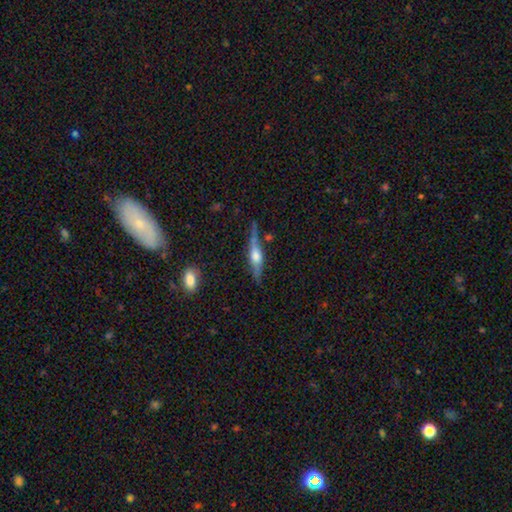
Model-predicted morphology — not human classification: A featured or disk galaxy (65%) viewed edge-on (92%) with a rounded central bulge (85%).

Vote fractions:
- Smooth or featured? featured or disk: 65% / smooth: 28% / star or artifact: 6%
- Edge-on disk? yes: 92% / no: 8%
- Edge-on bulge? rounded: 85% / boxy: 11% / none: 4%
- Merging? none: 70% / minor disturbance: 19% / major disturbance: 6% / merger: 5%